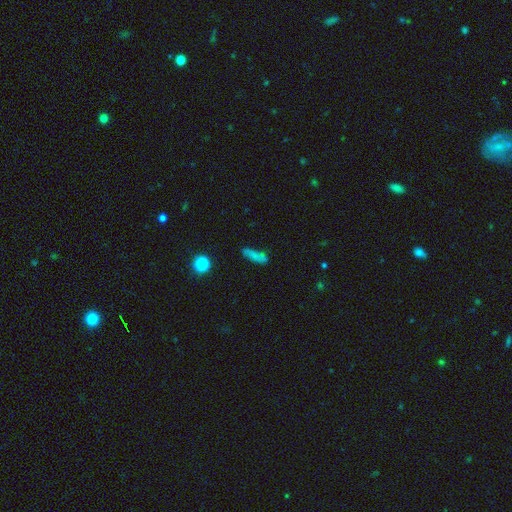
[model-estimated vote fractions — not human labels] A smooth galaxy with no disk features (67%) that is cigar-shaped (55%). Merging: none (55%).